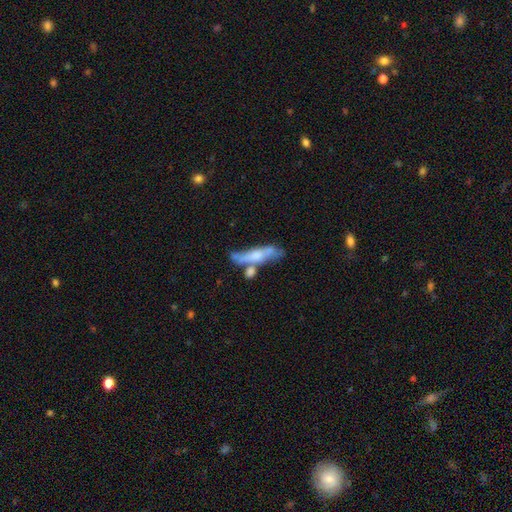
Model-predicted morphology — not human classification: Smooth or featured? featured or disk (47%)
Merging? none (39%)